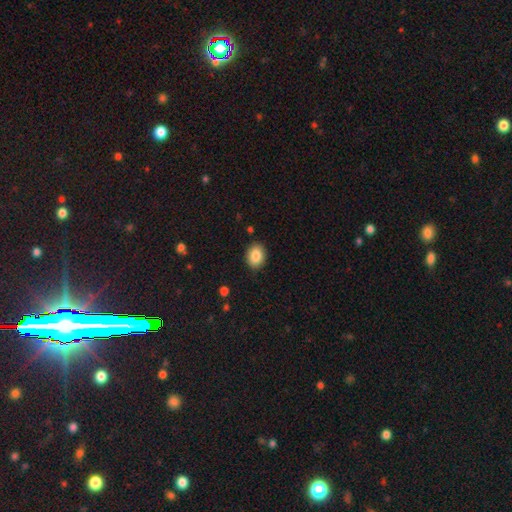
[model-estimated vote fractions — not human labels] This is clearly a smooth galaxy (86%). How rounded: likely in between (65%). Merging: clearly none (88%).